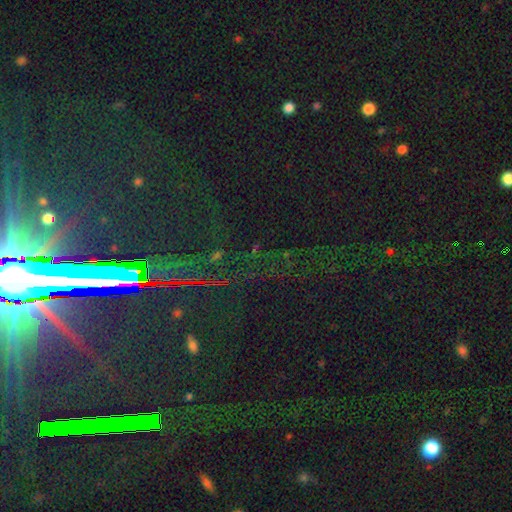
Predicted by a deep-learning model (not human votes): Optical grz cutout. It shows a star or artifact, not a galaxy (84%).